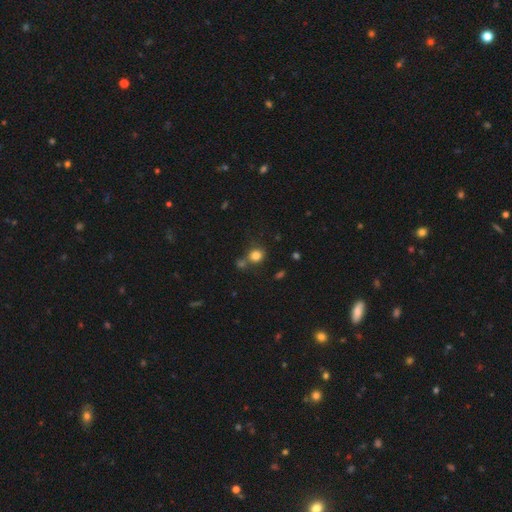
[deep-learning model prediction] Smooth or featured? smooth (80%)
How rounded? round (82%)
Merging? none (67%)